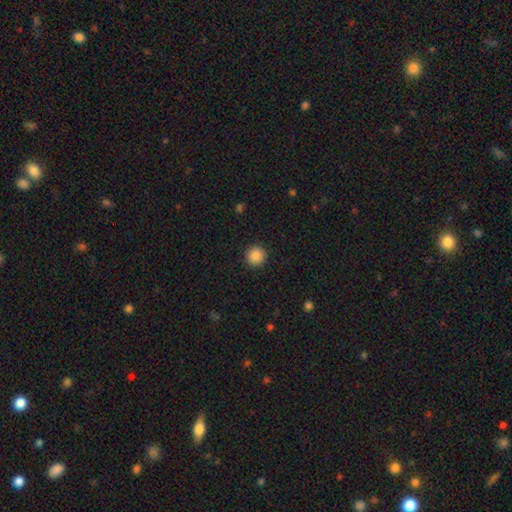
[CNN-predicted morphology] Smooth or featured: smooth — 87% (star or artifact — 10%)
How rounded: round — 95% (in between — 4%)
Merging: none — 92% (minor disturbance — 5%)